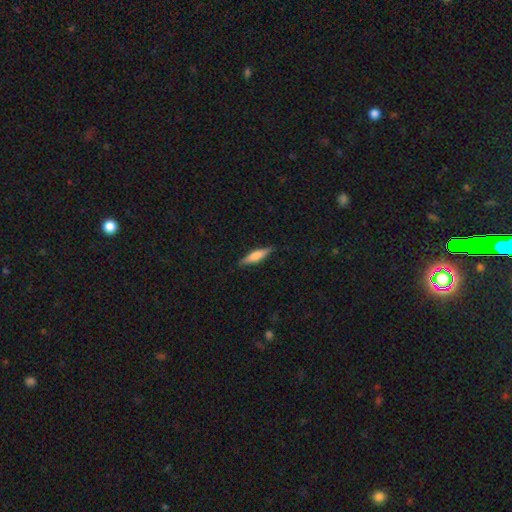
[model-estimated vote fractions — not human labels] A smooth galaxy with no disk features (62%) that is cigar-shaped (76%).

Vote fractions:
- Smooth or featured? smooth: 62% / featured or disk: 32% / star or artifact: 6%
- How rounded? cigar-shaped: 76% / in between: 22% / round: 2%
- Merging? none: 87% / minor disturbance: 10% / major disturbance: 2% / merger: 1%